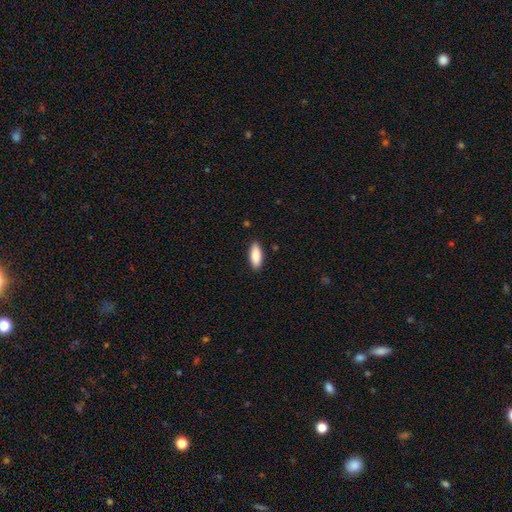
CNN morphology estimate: The model was most divided on "how rounded": in between: 72%, cigar-shaped: 26%, round: 2%. More confident: merging — none (88%); smooth or featured — smooth (87%).